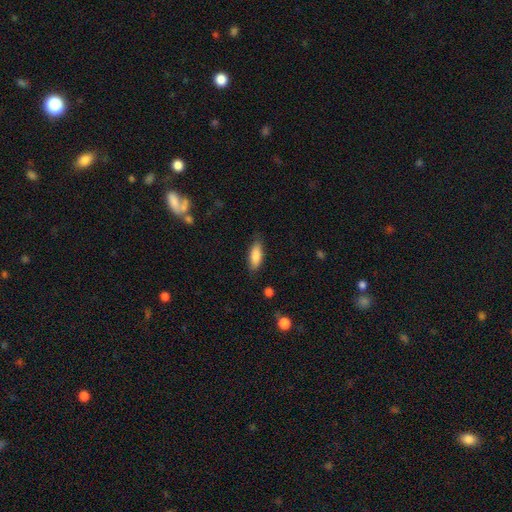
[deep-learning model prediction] Smooth or featured? Predicted: smooth (p=0.84). How rounded? Predicted: in between (p=0.71). Merging? Predicted: none (p=0.79).